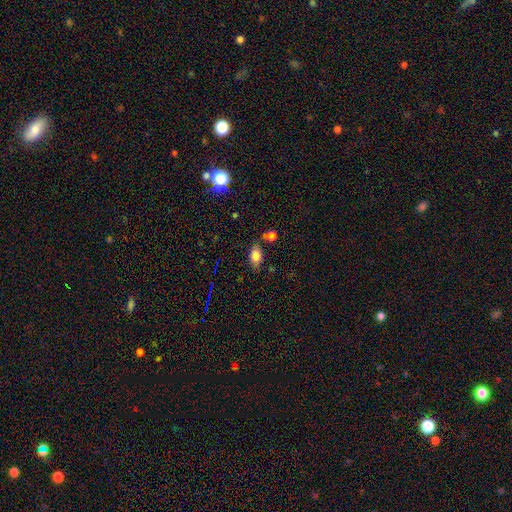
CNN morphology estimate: Smooth or featured: smooth — 79% (star or artifact — 11%)
How rounded: in between — 88% (round — 9%)
Merging: none — 70% (minor disturbance — 17%)